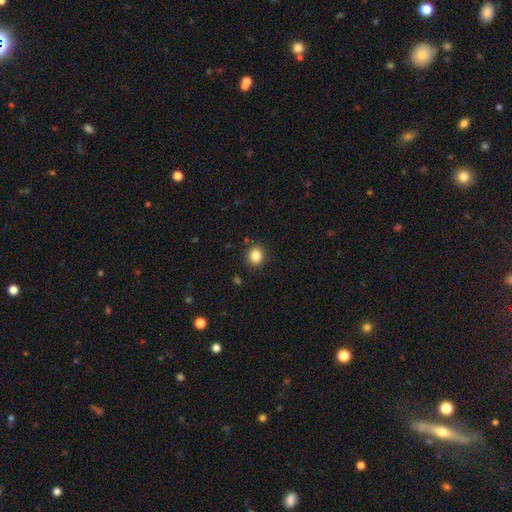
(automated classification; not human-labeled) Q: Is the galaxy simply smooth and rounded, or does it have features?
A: smooth — 85%.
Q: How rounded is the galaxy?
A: round — 80%.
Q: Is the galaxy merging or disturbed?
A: none — 89%.